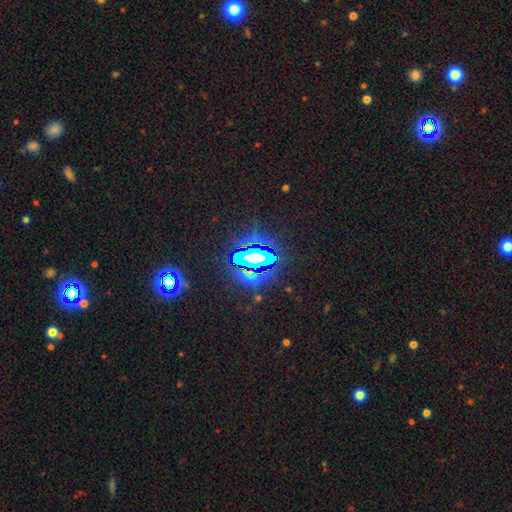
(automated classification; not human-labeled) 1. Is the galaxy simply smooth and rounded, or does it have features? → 73% star or artifact, 14% featured or disk, 13% smooth.